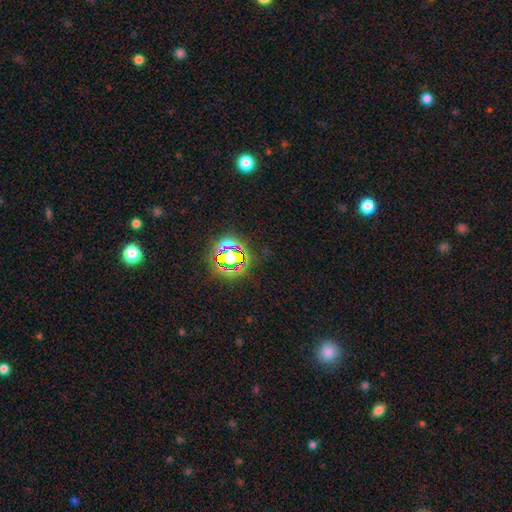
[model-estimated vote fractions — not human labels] Morphology: type=star or artifact (79%).